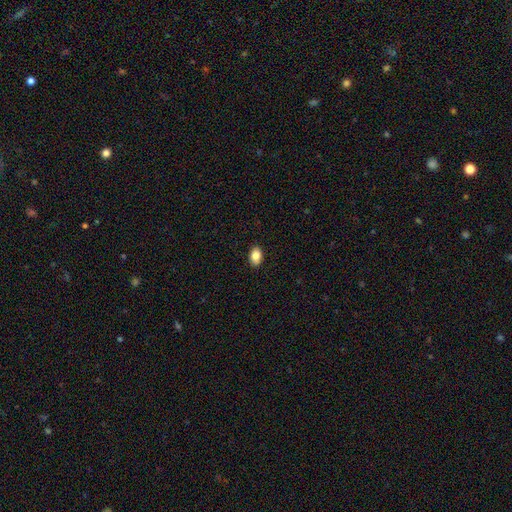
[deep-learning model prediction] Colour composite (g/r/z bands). It shows a smooth galaxy with no disk features (85%) that is in between round and cigar-shaped (87%). Merging: none (90%).